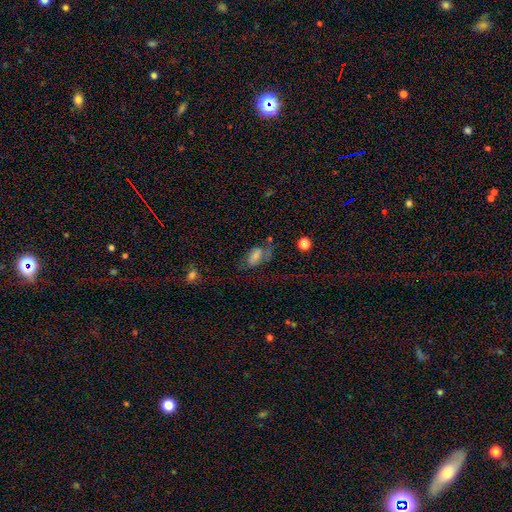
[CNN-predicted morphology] smooth-or-featured: featured or disk: 40% | smooth: 39% | star or artifact: 20%
  merging: none: 44% | major disturbance: 29% | minor disturbance: 22% | merger: 5%